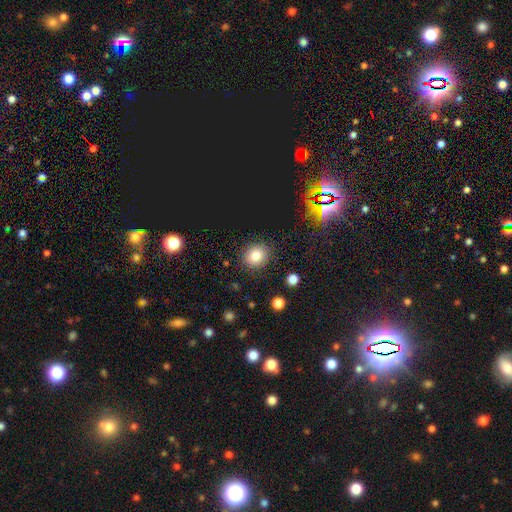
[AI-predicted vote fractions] A smooth galaxy with no disk features (77%) that is round (74%).

Vote fractions:
- Smooth or featured? smooth: 77% / star or artifact: 15% / featured or disk: 8%
- How rounded? round: 74% / in between: 25% / cigar-shaped: 1%
- Merging? none: 87% / minor disturbance: 9% / major disturbance: 3% / merger: 2%